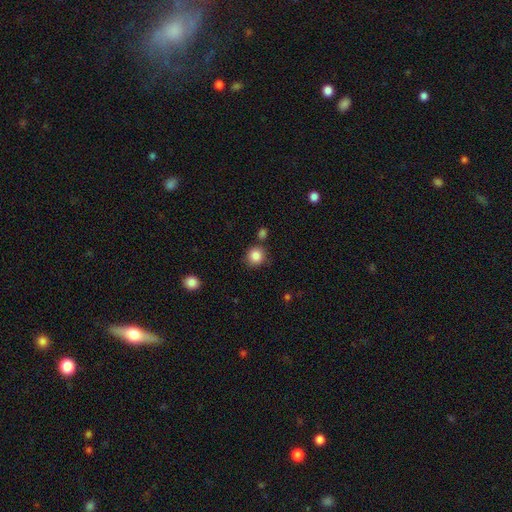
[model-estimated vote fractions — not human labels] Overall: smooth (87%). How rounded: round (89%). Merging: none (80%).